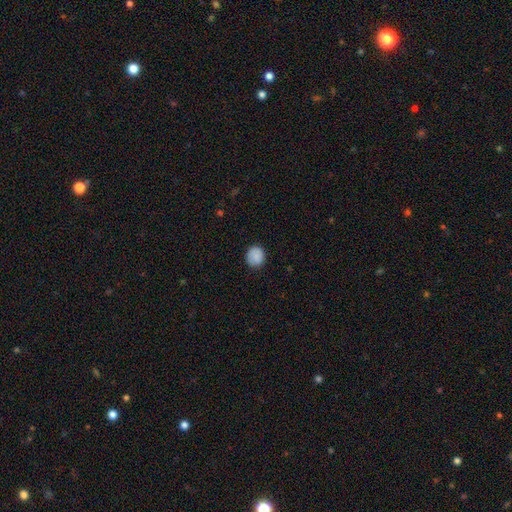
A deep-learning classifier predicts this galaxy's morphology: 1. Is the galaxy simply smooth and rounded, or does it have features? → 87% smooth, 8% star or artifact, 5% featured or disk.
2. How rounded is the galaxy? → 82% round, 17% in between, 1% cigar-shaped.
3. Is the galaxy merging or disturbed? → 85% none, 12% minor disturbance, 2% major disturbance, 1% merger.